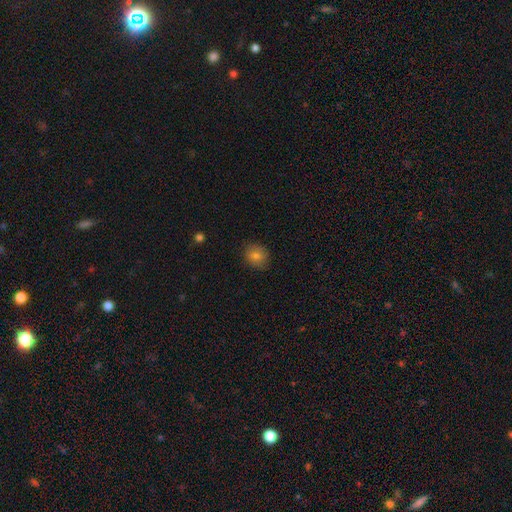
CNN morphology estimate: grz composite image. It shows a smooth galaxy with no disk features (81%) that is round (71%). Merging: none (85%).